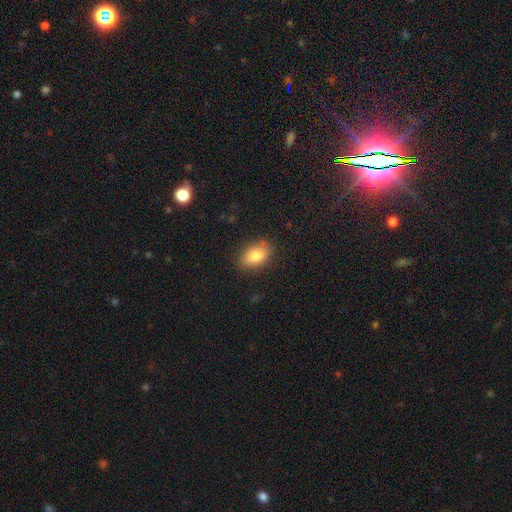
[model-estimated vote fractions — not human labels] smooth 82%, featured or disk 10%, star or artifact 8%. Down the decision tree: how rounded — in between (87%); merging — none (83%).